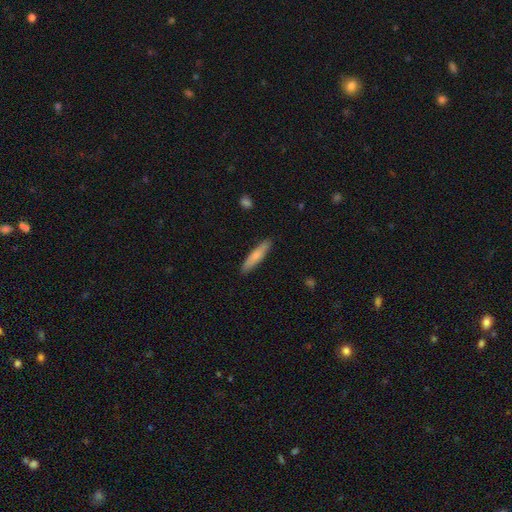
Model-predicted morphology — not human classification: type=smooth (74%); roundness=cigar-shaped (84%); merging=none (89%).